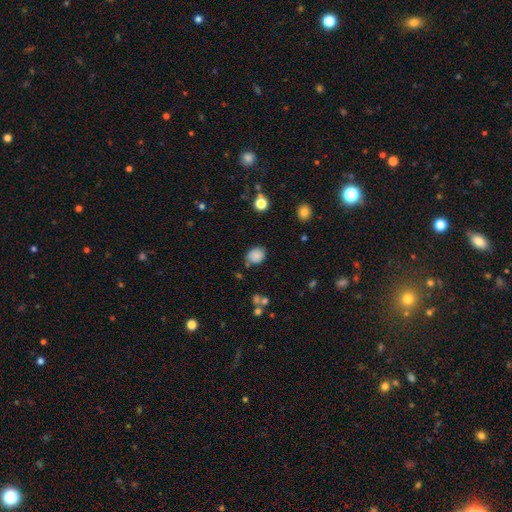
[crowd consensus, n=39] Overall: smooth (79%). How rounded: round (77%). Merging: none (77%).